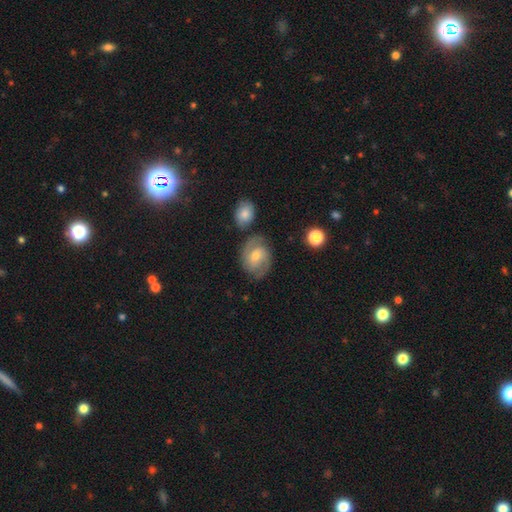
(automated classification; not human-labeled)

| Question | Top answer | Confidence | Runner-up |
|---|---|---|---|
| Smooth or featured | featured or disk | 61% | smooth (32%) |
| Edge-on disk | no | 97% | yes (3%) |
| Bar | no | 49% | weak (42%) |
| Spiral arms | yes | 88% | no (12%) |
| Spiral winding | medium | 47% | tight (38%) |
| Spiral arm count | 2 | 79% | can't tell (12%) |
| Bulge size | moderate | 53% | small (40%) |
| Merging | none | 71% | minor disturbance (16%) |